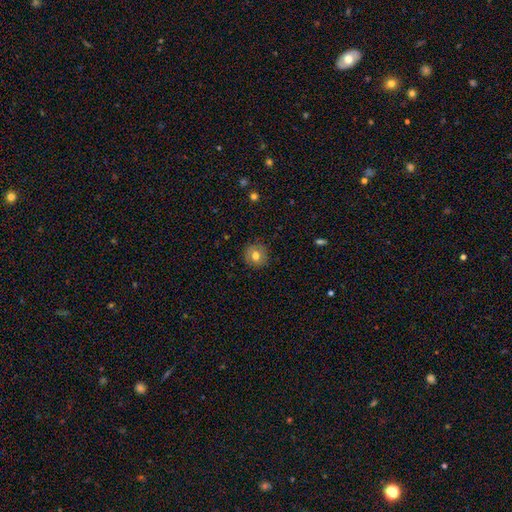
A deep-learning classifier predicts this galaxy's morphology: The model was most divided on "smooth or featured": smooth: 74%, featured or disk: 16%, star or artifact: 10%. More confident: how rounded — round (88%); merging — none (87%).